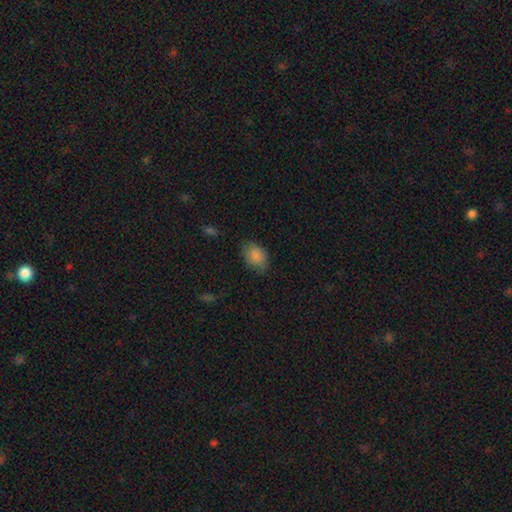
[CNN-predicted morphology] Overall: smooth (86%). How rounded: in between (84%). Merging: none (71%).